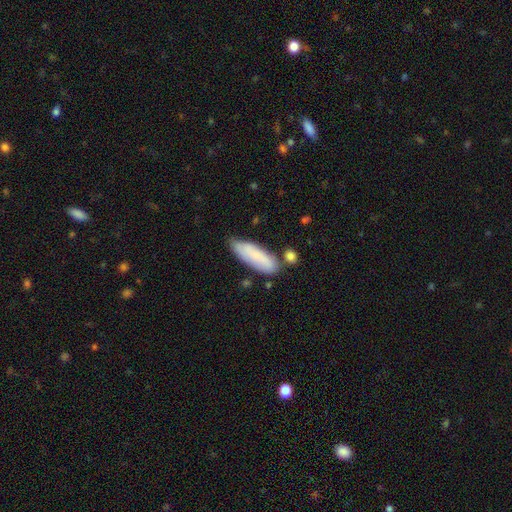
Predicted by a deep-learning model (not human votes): Morphology: type=smooth (74%); roundness=in between (53%); merging=none (66%).